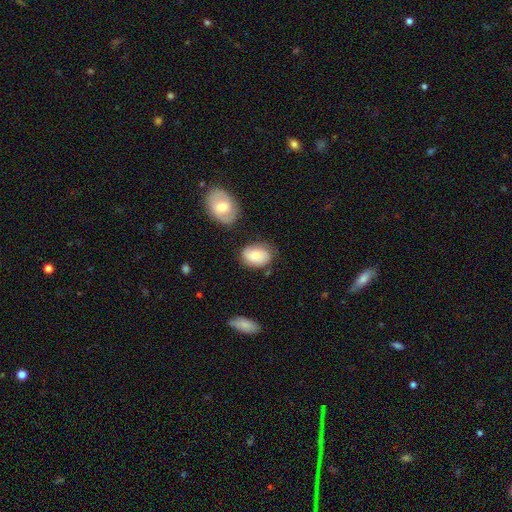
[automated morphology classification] Q: Smooth or featured?
A: smooth (70%); runner-up: featured or disk (23%)
Q: How rounded?
A: in between (76%); runner-up: round (23%)
Q: Merging?
A: none (67%); runner-up: minor disturbance (22%)